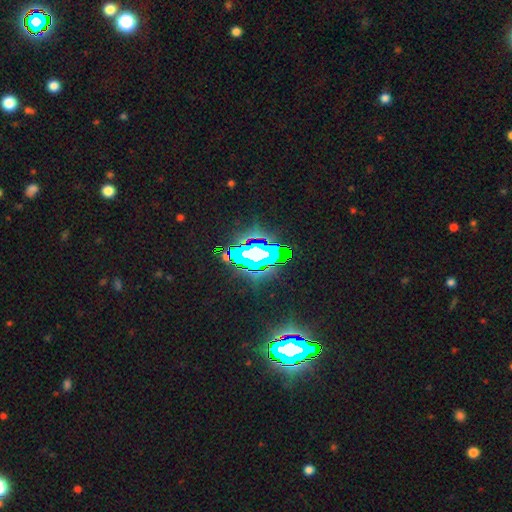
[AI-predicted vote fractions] The model was most divided on "smooth or featured": star or artifact: 66%, featured or disk: 19%, smooth: 15%.